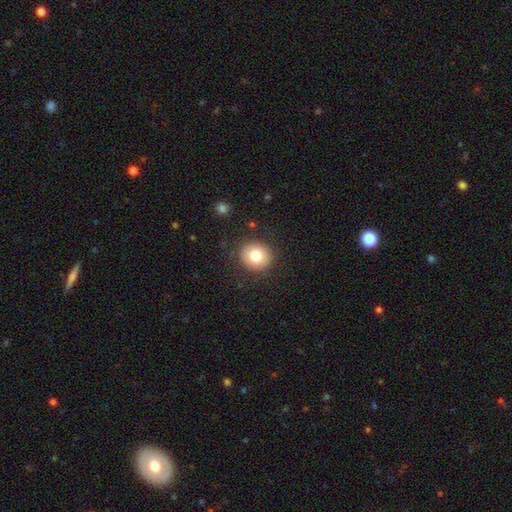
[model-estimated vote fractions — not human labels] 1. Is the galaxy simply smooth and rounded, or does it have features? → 79% smooth, 11% featured or disk, 10% star or artifact.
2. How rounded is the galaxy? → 85% round, 14% in between, 1% cigar-shaped.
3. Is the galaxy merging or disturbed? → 88% none, 8% minor disturbance, 3% major disturbance, 1% merger.